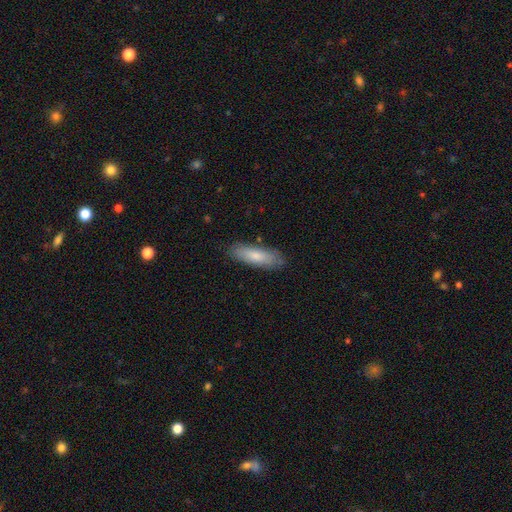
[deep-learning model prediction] smooth-or-featured: smooth: 77% | featured or disk: 17% | star or artifact: 6%
  how-rounded: cigar-shaped: 50% | in between: 48% | round: 2%
  merging: none: 84% | minor disturbance: 13% | major disturbance: 3% | merger: 1%